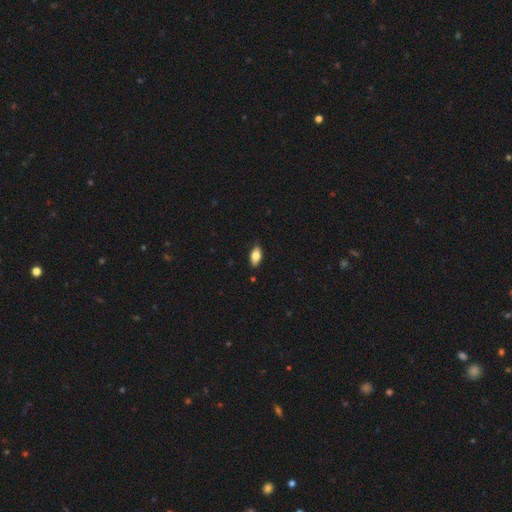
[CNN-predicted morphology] Smooth or featured?
  - smooth: 80% *
  - featured or disk: 14%
  - star or artifact: 7%
How rounded?
  - in between: 91% *
  - cigar-shaped: 6%
  - round: 3%
Merging?
  - none: 86% *
  - minor disturbance: 11%
  - major disturbance: 2%
  - merger: 1%